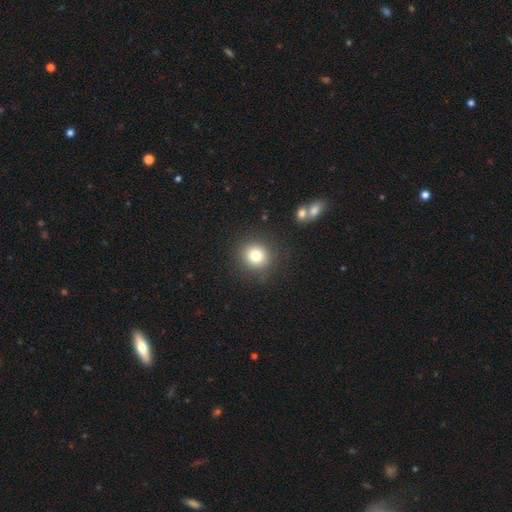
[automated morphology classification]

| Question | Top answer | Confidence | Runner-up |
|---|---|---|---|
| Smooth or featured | smooth | 79% | star or artifact (12%) |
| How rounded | round | 90% | in between (9%) |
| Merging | none | 87% | minor disturbance (8%) |